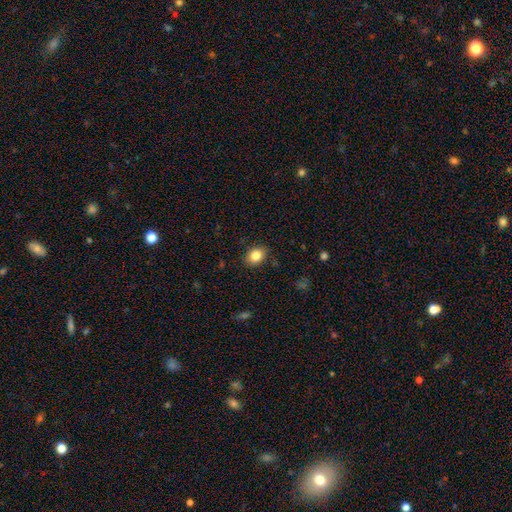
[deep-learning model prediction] Smooth or featured?
  - smooth: 84% *
  - star or artifact: 9%
  - featured or disk: 7%
How rounded?
  - in between: 57% *
  - round: 42%
  - cigar-shaped: 1%
Merging?
  - none: 87% *
  - minor disturbance: 10%
  - major disturbance: 2%
  - merger: 1%